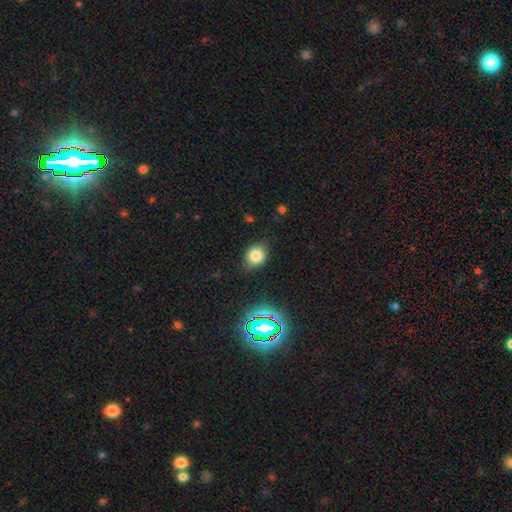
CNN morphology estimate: A smooth galaxy with no disk features (79%) that is round (58%). Merging: none (80%).